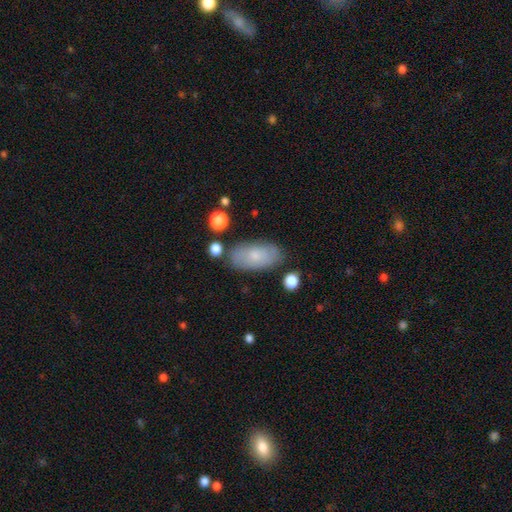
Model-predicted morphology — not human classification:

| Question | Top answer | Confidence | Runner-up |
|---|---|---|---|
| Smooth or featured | smooth | 72% | featured or disk (21%) |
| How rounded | in between | 93% | cigar-shaped (4%) |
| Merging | none | 78% | minor disturbance (15%) |